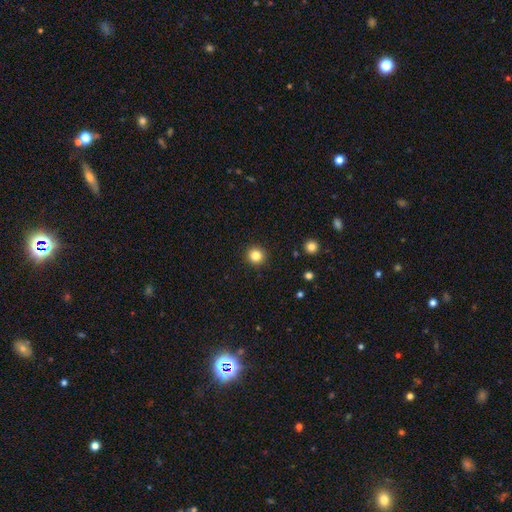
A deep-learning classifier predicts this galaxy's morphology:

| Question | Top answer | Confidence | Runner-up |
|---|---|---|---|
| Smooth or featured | smooth | 83% | star or artifact (12%) |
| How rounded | round | 95% | in between (4%) |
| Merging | none | 93% | minor disturbance (5%) |